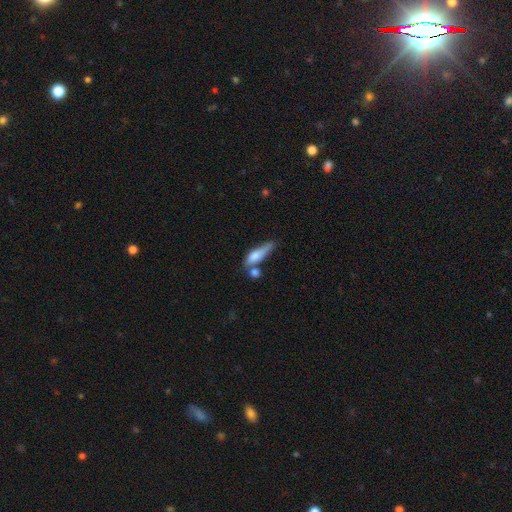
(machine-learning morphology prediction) Overall: smooth (69%). How rounded: cigar-shaped (60%; in between 37%). Merging: none (37%; merger 28%).